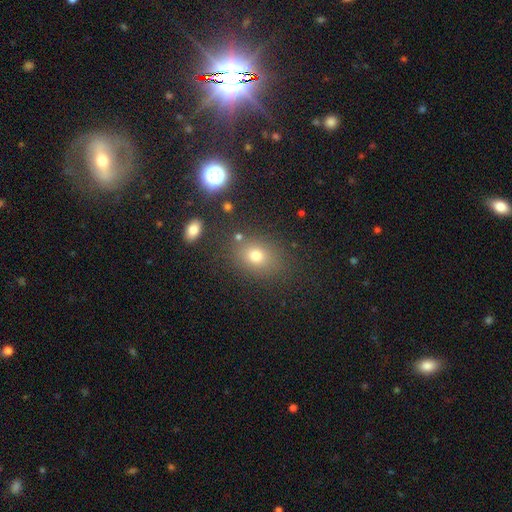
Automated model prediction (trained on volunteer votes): This is likely a smooth galaxy (72%). How rounded: possibly in between (52%). Merging: likely none (79%).